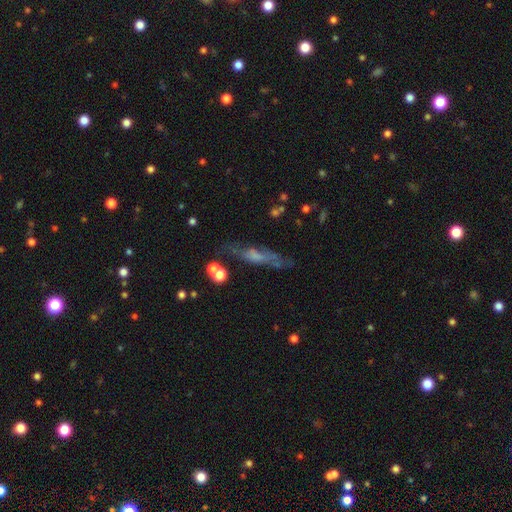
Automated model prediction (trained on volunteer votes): This is marginally a featured or disk galaxy (45%). Merging: possibly none (53%).